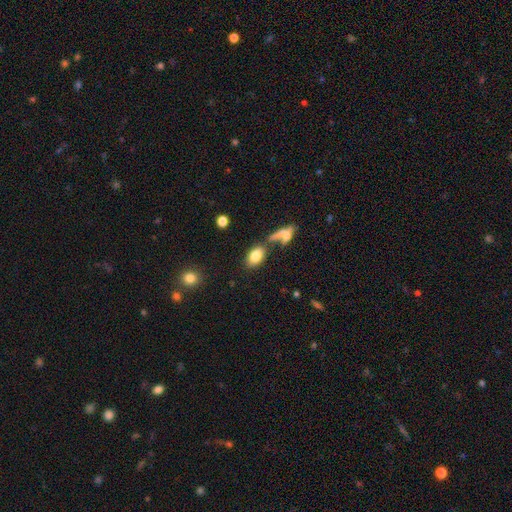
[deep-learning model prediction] Smooth or featured? smooth (79%)
How rounded? in between (90%)
Merging? none (64%)